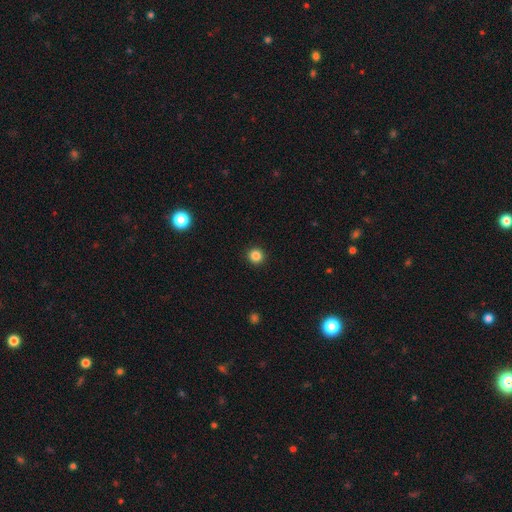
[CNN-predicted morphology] smooth-or-featured: smooth: 85% | star or artifact: 12% | featured or disk: 3%
  how-rounded: round: 95% | in between: 4% | cigar-shaped: 1%
  merging: none: 93% | minor disturbance: 4% | major disturbance: 2% | merger: 1%